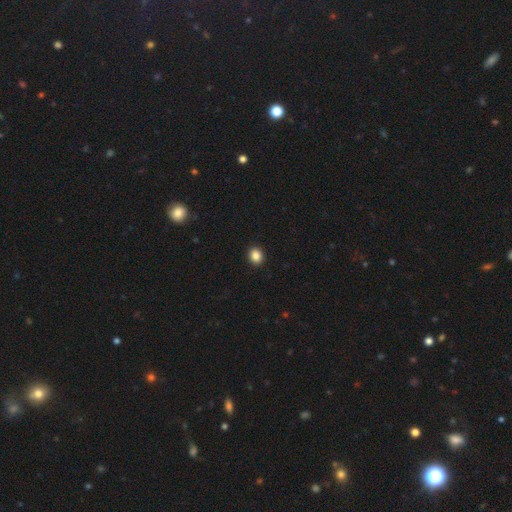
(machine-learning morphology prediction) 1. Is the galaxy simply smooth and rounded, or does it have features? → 86% smooth, 10% star or artifact, 4% featured or disk.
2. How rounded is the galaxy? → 68% round, 31% in between, 1% cigar-shaped.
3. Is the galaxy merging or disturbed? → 93% none, 5% minor disturbance, 2% major disturbance, 1% merger.